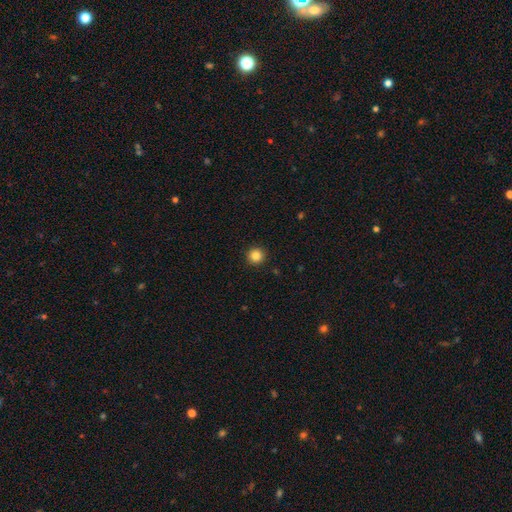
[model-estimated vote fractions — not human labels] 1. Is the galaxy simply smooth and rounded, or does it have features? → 85% smooth, 11% star or artifact, 4% featured or disk.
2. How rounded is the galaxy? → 96% round, 4% in between, 1% cigar-shaped.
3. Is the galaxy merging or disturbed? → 93% none, 5% minor disturbance, 2% major disturbance, 1% merger.